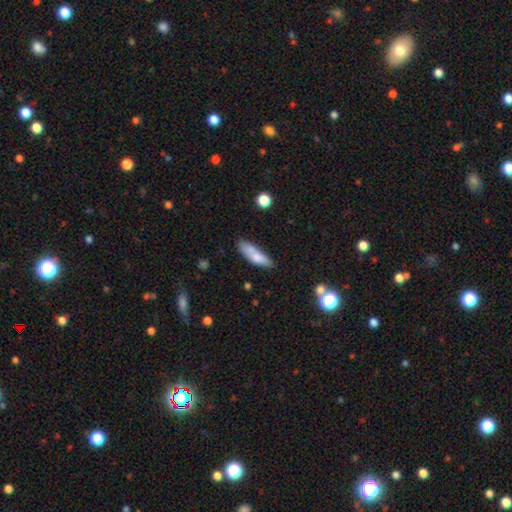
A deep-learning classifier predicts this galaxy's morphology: A smooth galaxy with no disk features (74%) that is cigar-shaped (50%).

Vote fractions:
- Smooth or featured? smooth: 74% / featured or disk: 19% / star or artifact: 7%
- How rounded? cigar-shaped: 50% / in between: 48% / round: 2%
- Merging? none: 56% / minor disturbance: 23% / merger: 14% / major disturbance: 7%